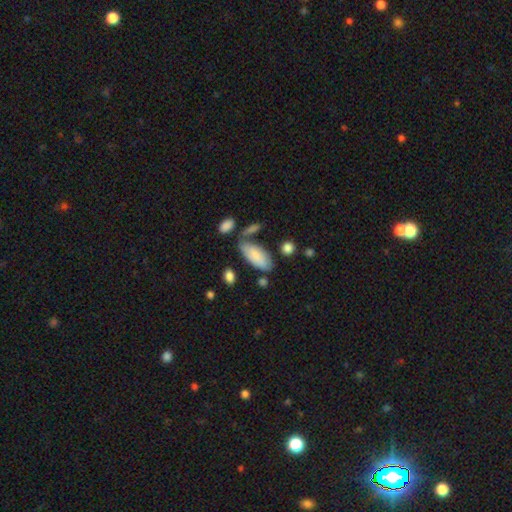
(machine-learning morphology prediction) Smooth or featured? Predicted: smooth (p=0.81). How rounded? Predicted: in between (p=0.87). Merging? Predicted: none (p=0.60).